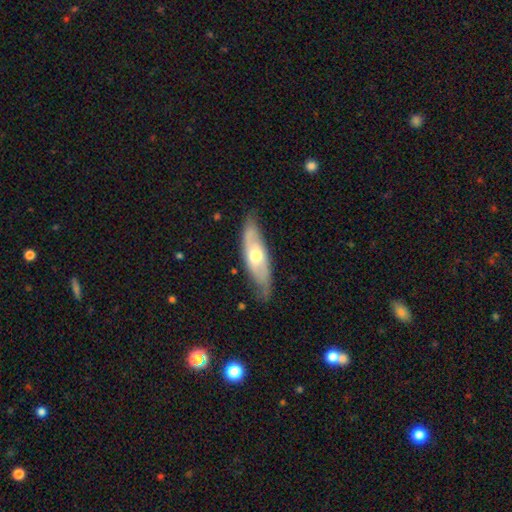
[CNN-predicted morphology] featured or disk 53%, smooth 42%, star or artifact 5%. Down the decision tree: edge-on disk — no (63%); merging — none (75%).